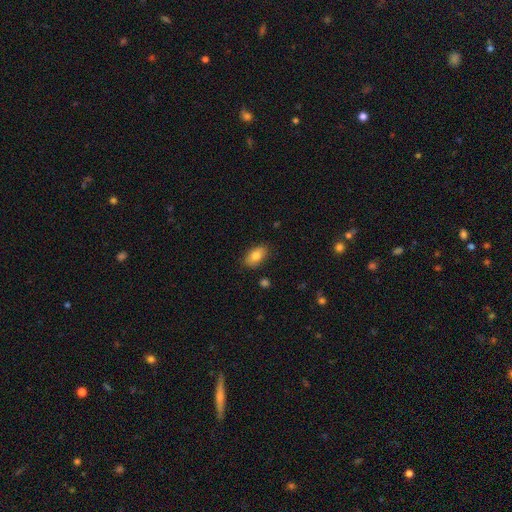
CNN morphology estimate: This appears to be a smooth galaxy with no disk features (82%) that is in between round and cigar-shaped (91%). Merging: none (84%).